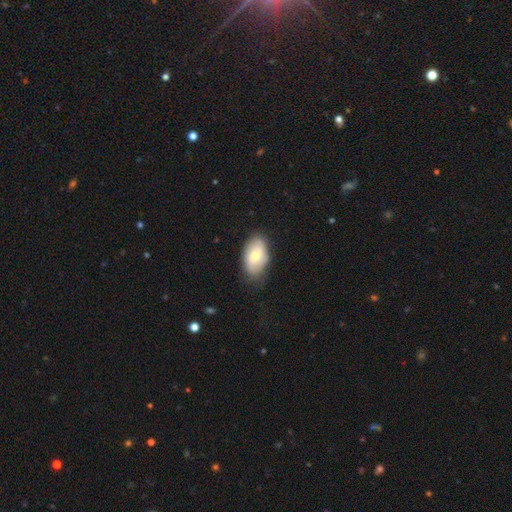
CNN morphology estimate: Overall: smooth (67%; featured or disk 27%). How rounded: in between (92%). Merging: none (75%).